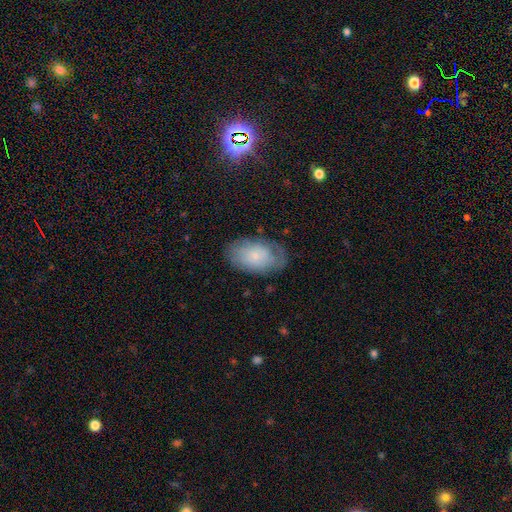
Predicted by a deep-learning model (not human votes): A smooth galaxy with no disk features (59%) that is in between round and cigar-shaped (92%). Merging: none (68%).